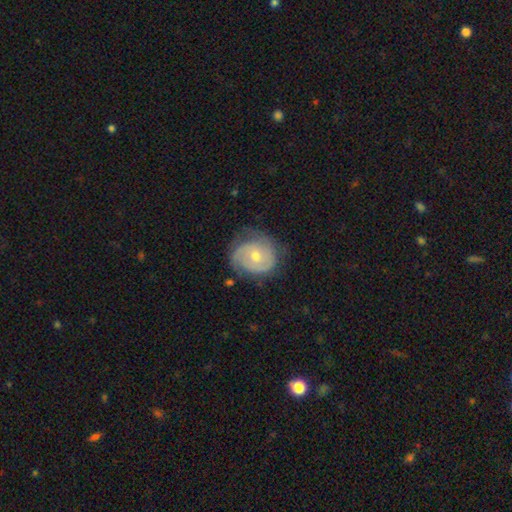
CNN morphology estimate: smooth_or_featured: featured or disk (p=0.72) [alt: smooth p=0.22]
disk_edge_on: no (p=0.97) [alt: yes p=0.03]
bar: no (p=0.73) [alt: weak p=0.23]
has_spiral_arms: yes (p=0.88) [alt: no p=0.12]
spiral_winding: tight (p=0.60) [alt: medium p=0.30]
spiral_arm_count: 2 (p=0.47) [alt: can't tell p=0.25]
bulge_size: moderate (p=0.60) [alt: small p=0.37]
merging: none (p=0.64) [alt: minor disturbance p=0.25]